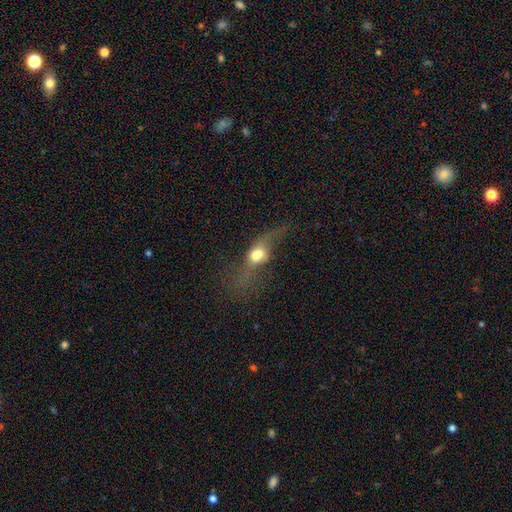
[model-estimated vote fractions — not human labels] Smooth or featured?
  - smooth: 46% *
  - featured or disk: 41%
  - star or artifact: 13%
Merging?
  - major disturbance: 37% *
  - none: 32%
  - minor disturbance: 18%
  - merger: 12%